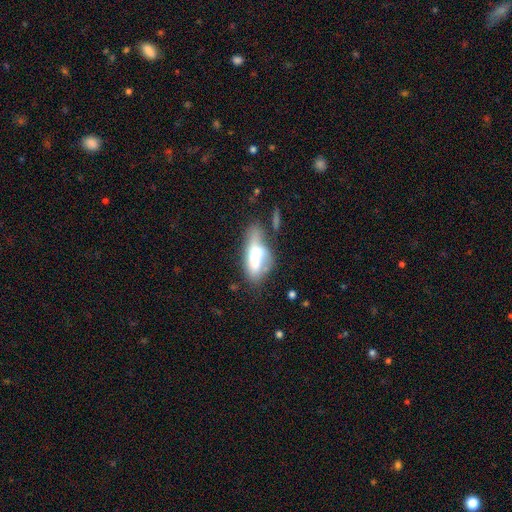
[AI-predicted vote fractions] Q: Smooth or featured?
A: smooth (54%); runner-up: featured or disk (37%)
Q: How rounded?
A: in between (75%); runner-up: cigar-shaped (21%)
Q: Merging?
A: none (27%); runner-up: major disturbance (26%)